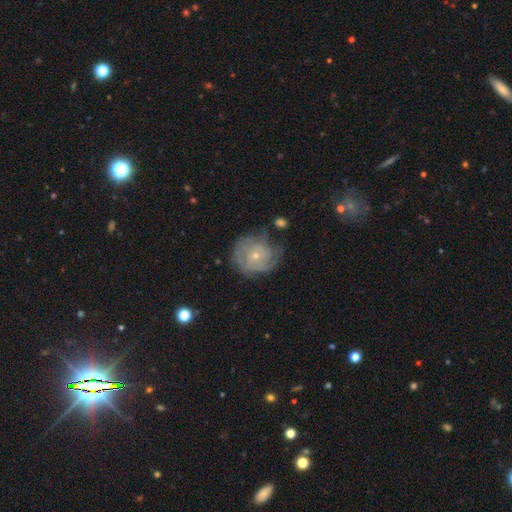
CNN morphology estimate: Overall: featured or disk (72%). Edge-on disk: no (97%). Bar: no (80%). Spiral arms: yes (85%). Spiral arm count: can't tell (44%; 3 18%). Spiral winding: tight (63%; medium 27%). Bulge size: small (77%). Merging: none (60%; minor disturbance 23%).